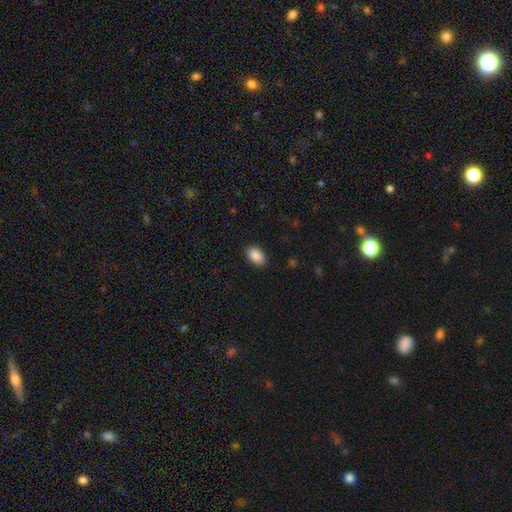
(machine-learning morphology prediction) Q: Smooth or featured?
A: smooth (90%); runner-up: star or artifact (7%)
Q: How rounded?
A: in between (93%); runner-up: round (6%)
Q: Merging?
A: none (89%); runner-up: minor disturbance (8%)